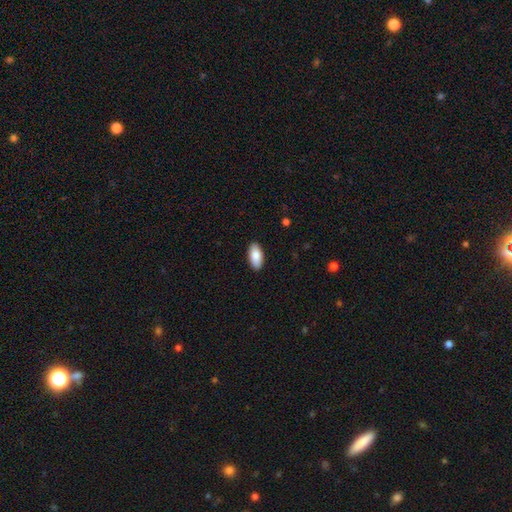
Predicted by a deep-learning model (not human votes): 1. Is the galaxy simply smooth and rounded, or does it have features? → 85% smooth, 9% featured or disk, 6% star or artifact.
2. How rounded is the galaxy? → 92% in between, 6% cigar-shaped, 2% round.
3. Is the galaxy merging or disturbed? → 90% none, 7% minor disturbance, 2% major disturbance, 1% merger.